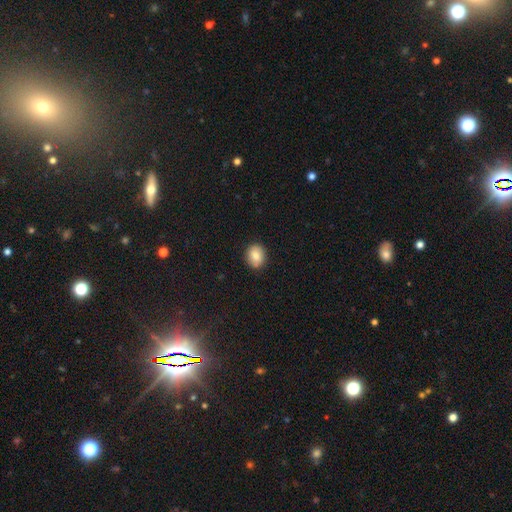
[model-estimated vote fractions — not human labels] smooth 81%, featured or disk 10%, star or artifact 9%. Down the decision tree: how rounded — round (62%); merging — none (85%).